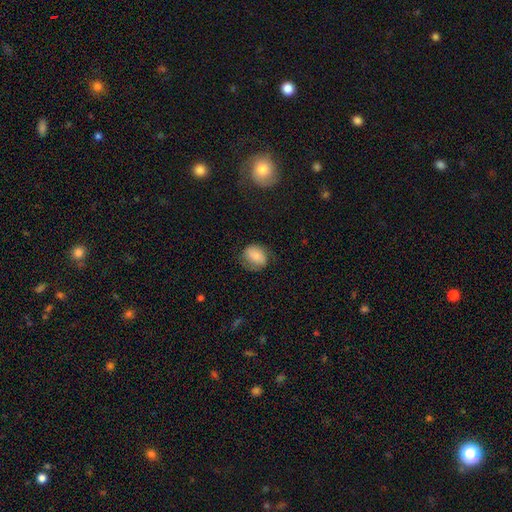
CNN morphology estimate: A smooth galaxy with no disk features (67%) that is round (50%).

Vote fractions:
- Smooth or featured? smooth: 67% / featured or disk: 25% / star or artifact: 8%
- How rounded? round: 50% / in between: 49% / cigar-shaped: 1%
- Merging? none: 64% / minor disturbance: 23% / major disturbance: 12% / merger: 1%